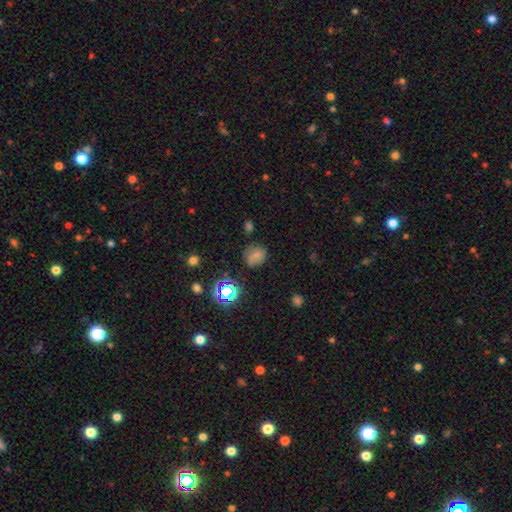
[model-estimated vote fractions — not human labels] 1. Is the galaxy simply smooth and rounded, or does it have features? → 65% smooth, 21% star or artifact, 13% featured or disk.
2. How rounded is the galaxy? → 74% round, 25% in between, 1% cigar-shaped.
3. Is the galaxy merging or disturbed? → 63% none, 23% minor disturbance, 8% major disturbance, 6% merger.